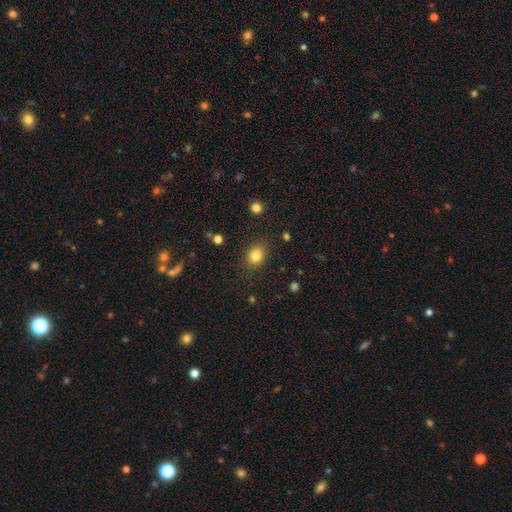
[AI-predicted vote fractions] Overall: smooth (83%). How rounded: round (55%; in between 44%). Merging: none (85%).